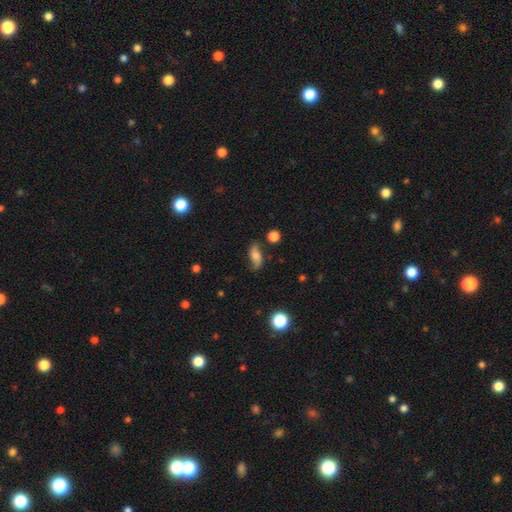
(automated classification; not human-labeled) Smooth or featured: featured or disk — 47% (smooth — 43%)
Merging: none — 70% (minor disturbance — 20%)